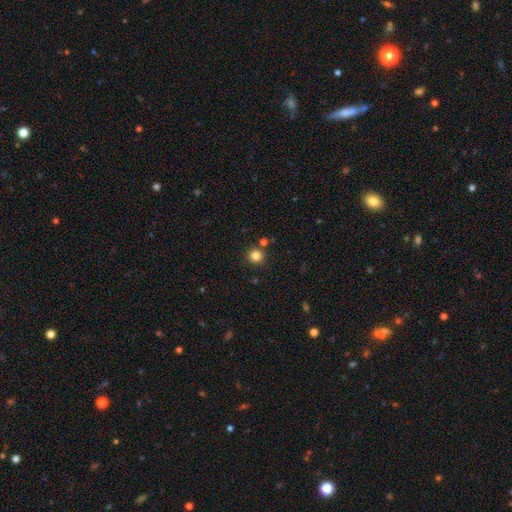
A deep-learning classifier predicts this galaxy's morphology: smooth_or_featured: smooth (p=0.83) [alt: star or artifact p=0.13]
how_rounded: round (p=0.93) [alt: in between p=0.06]
merging: none (p=0.86) [alt: minor disturbance p=0.06]